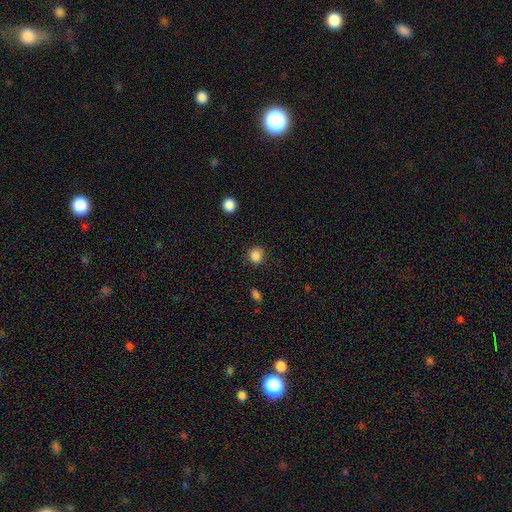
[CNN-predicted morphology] smooth 86%, star or artifact 11%, featured or disk 4%. Down the decision tree: how rounded — round (82%); merging — none (86%).